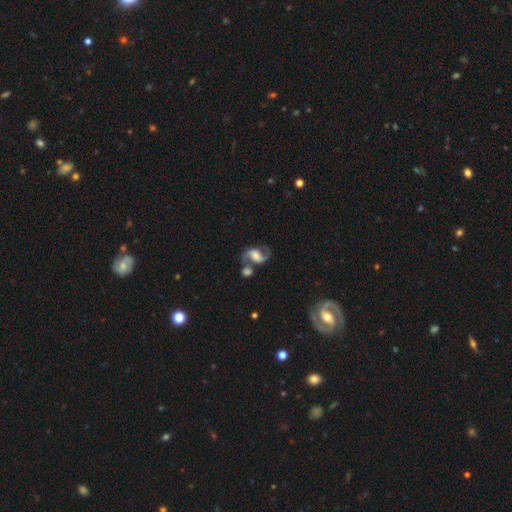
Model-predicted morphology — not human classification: This appears to be a featured or disk galaxy (81%) with a weak bar (44%), 2 (92%) loose (46%) spiral arms (95%) and a moderate central bulge (33%). Merging: none (53%).